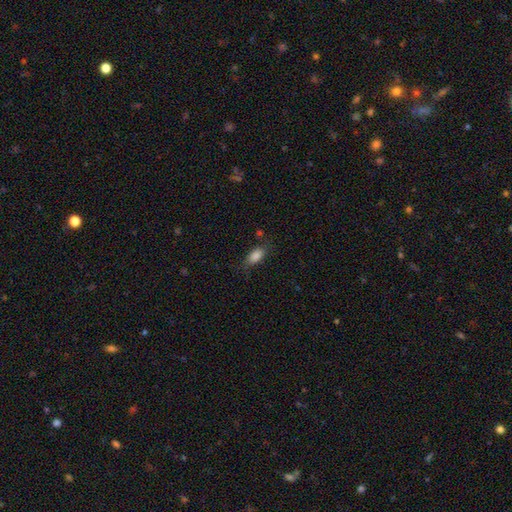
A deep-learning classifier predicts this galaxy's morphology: This appears to be a smooth galaxy with no disk features (85%) that is in between round and cigar-shaped (88%). Merging: none (71%).